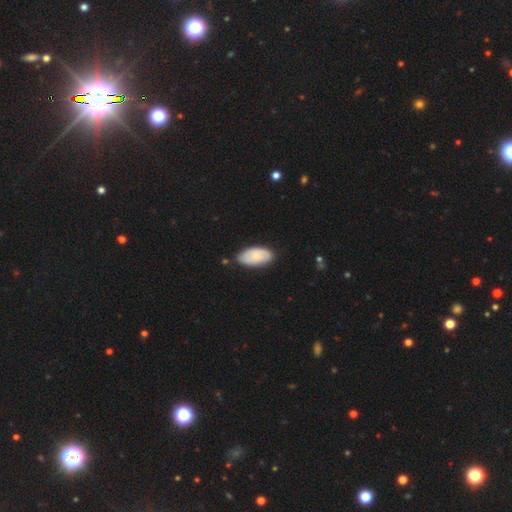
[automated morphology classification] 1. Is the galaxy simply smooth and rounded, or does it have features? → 68% smooth, 26% featured or disk, 6% star or artifact.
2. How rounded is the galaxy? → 94% in between, 3% cigar-shaped, 2% round.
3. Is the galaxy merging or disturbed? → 74% none, 20% minor disturbance, 3% major disturbance, 3% merger.